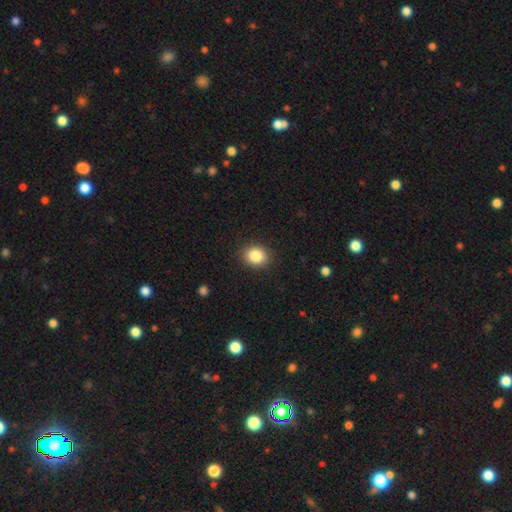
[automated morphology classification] smooth-or-featured: smooth: 86% | star or artifact: 9% | featured or disk: 5%
  how-rounded: round: 60% | in between: 40% | cigar-shaped: 1%
  merging: none: 89% | minor disturbance: 8% | major disturbance: 2% | merger: 1%